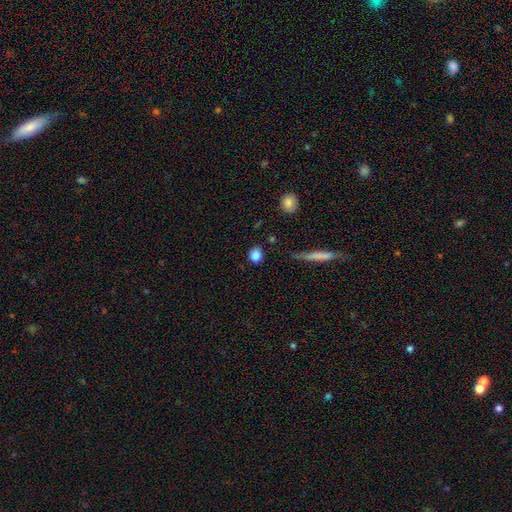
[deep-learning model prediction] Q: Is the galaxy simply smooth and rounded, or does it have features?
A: smooth — 85%.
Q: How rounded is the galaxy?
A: round — 71%.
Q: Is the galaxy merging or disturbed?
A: none — 85%.